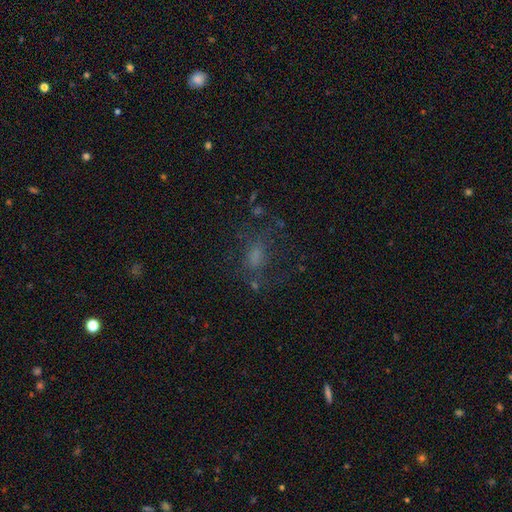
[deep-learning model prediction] The model was most divided on "smooth or featured": smooth: 43%, featured or disk: 29%, star or artifact: 27%. More confident: merging — none (59%).